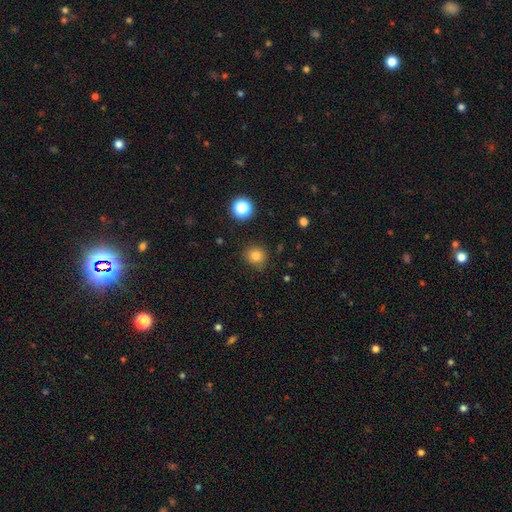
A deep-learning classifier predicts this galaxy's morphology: smooth 82%, star or artifact 13%, featured or disk 5%. Down the decision tree: how rounded — round (87%); merging — none (85%).